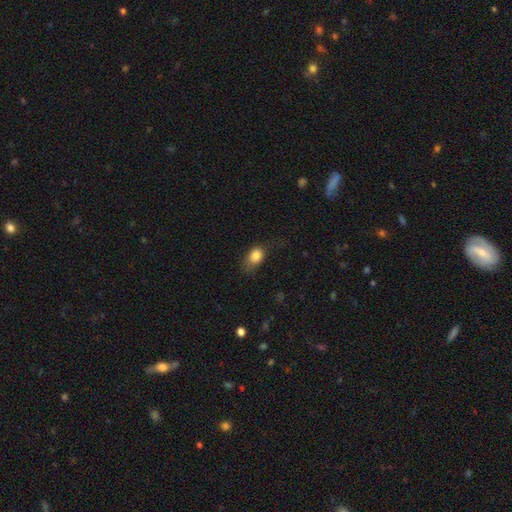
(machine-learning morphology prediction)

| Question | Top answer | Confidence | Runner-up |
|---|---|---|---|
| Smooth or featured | smooth | 83% | star or artifact (9%) |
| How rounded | in between | 68% | round (30%) |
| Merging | none | 51% | minor disturbance (32%) |